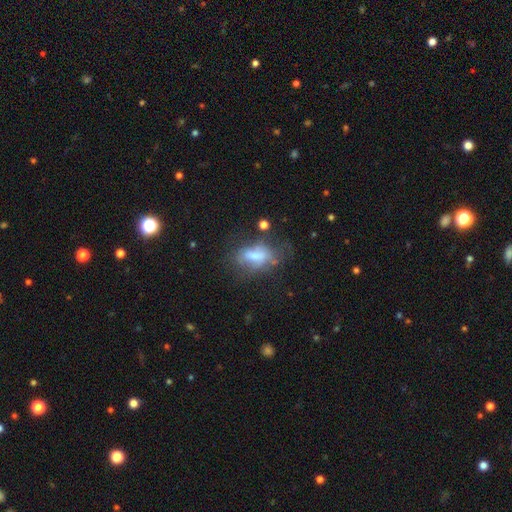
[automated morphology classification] smooth-or-featured: smooth: 54% | featured or disk: 35% | star or artifact: 11%
  how-rounded: in between: 84% | round: 9% | cigar-shaped: 7%
  merging: none: 38% | major disturbance: 28% | minor disturbance: 26% | merger: 8%